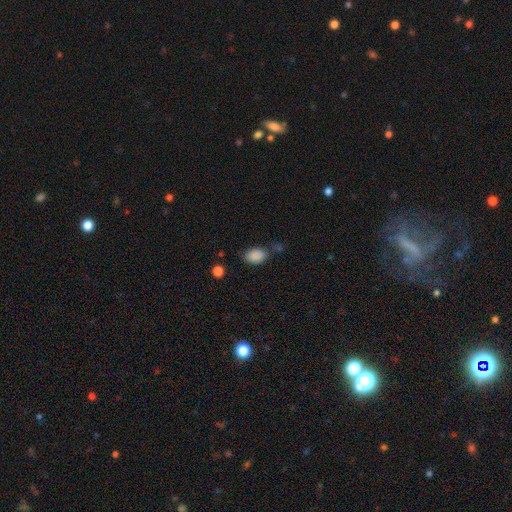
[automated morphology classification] smooth_or_featured: smooth (p=0.87) [alt: star or artifact p=0.08]
how_rounded: in between (p=0.86) [alt: round p=0.13]
merging: none (p=0.66) [alt: minor disturbance p=0.20]